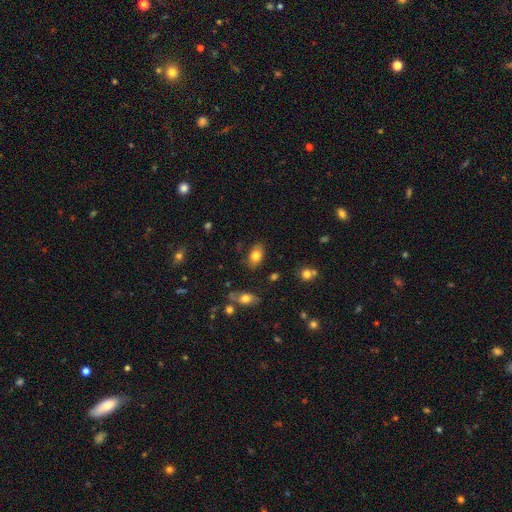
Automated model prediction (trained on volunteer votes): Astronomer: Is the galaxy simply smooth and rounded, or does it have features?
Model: smooth — 80%.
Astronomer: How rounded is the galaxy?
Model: in between — 88%.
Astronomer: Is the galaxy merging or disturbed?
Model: none — 82%.